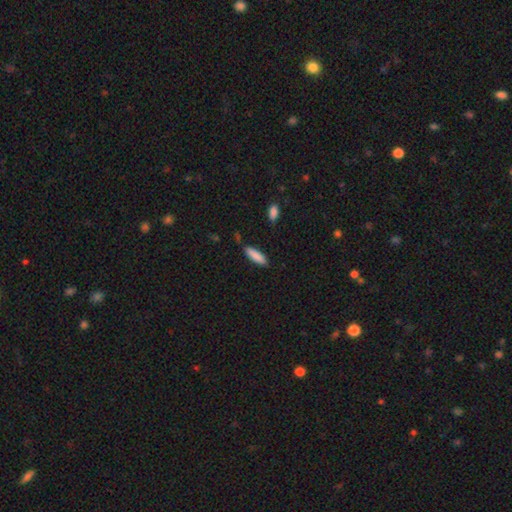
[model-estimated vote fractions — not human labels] Smooth or featured: smooth — 88% (featured or disk — 6%)
How rounded: cigar-shaped — 62% (in between — 36%)
Merging: none — 84% (minor disturbance — 12%)